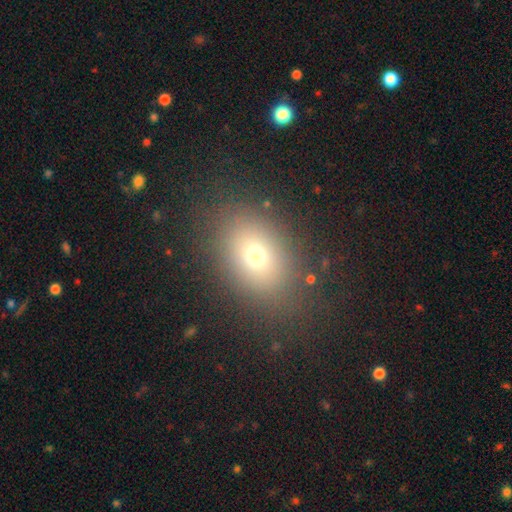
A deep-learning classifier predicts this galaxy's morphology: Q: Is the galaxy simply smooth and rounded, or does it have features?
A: smooth — 70%.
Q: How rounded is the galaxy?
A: in between — 70%.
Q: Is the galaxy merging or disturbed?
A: none — 85%.